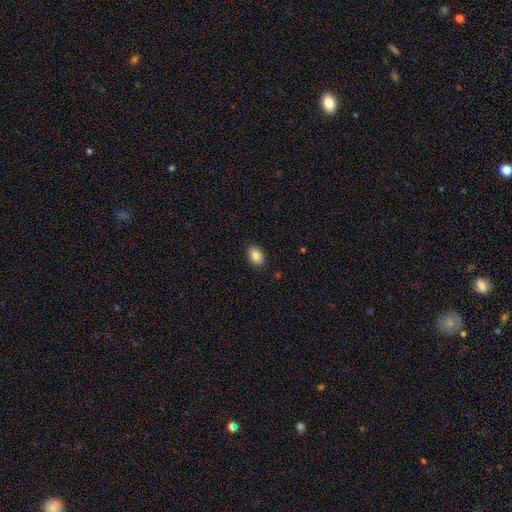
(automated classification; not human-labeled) Smooth or featured? smooth (86%)
How rounded? in between (83%)
Merging? none (89%)